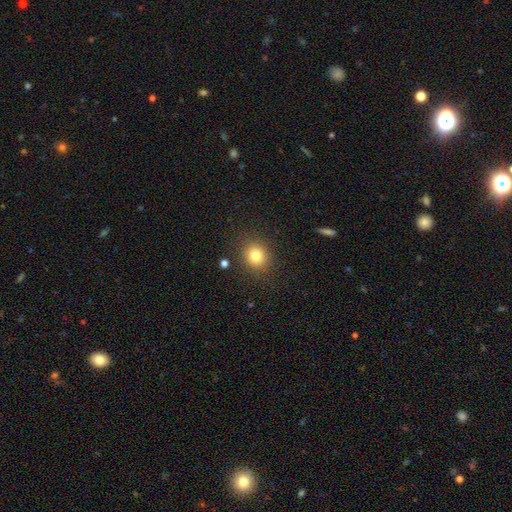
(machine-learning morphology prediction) Q: Smooth or featured?
A: smooth (80%); runner-up: star or artifact (12%)
Q: How rounded?
A: round (76%); runner-up: in between (23%)
Q: Merging?
A: none (87%); runner-up: minor disturbance (8%)